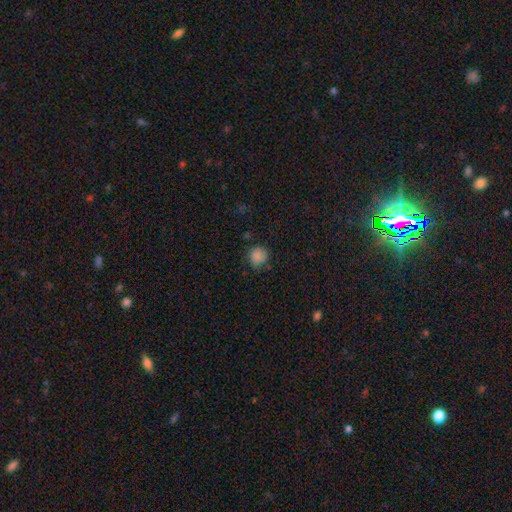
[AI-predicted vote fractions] smooth 82%, star or artifact 13%, featured or disk 5%. Down the decision tree: how rounded — round (86%); merging — none (73%).